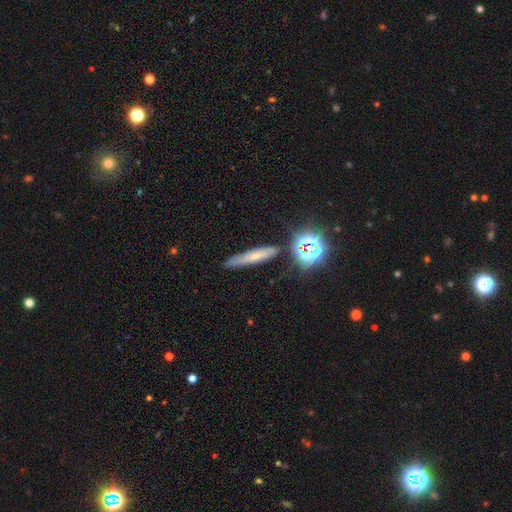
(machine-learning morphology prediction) Q: Smooth or featured?
A: smooth (54%); runner-up: featured or disk (24%)
Q: How rounded?
A: cigar-shaped (80%); runner-up: in between (12%)
Q: Merging?
A: none (76%); runner-up: minor disturbance (15%)